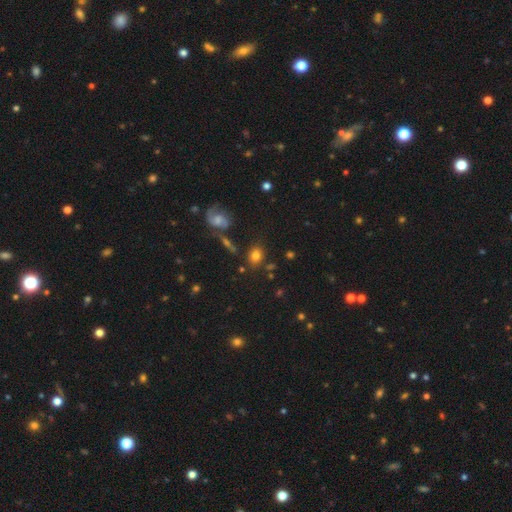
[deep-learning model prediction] smooth-or-featured: smooth: 75% | featured or disk: 13% | star or artifact: 11%
  how-rounded: in between: 57% | round: 41% | cigar-shaped: 2%
  merging: none: 76% | minor disturbance: 12% | merger: 7% | major disturbance: 5%